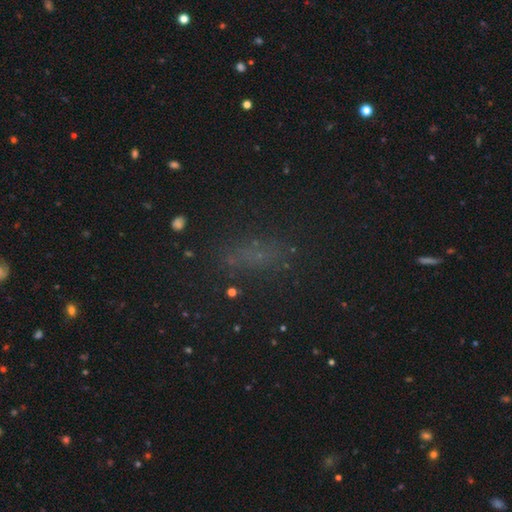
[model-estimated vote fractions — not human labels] Smooth or featured? Predicted: smooth (p=0.51). How rounded? Predicted: in between (p=0.54). Merging? Predicted: none (p=0.70).